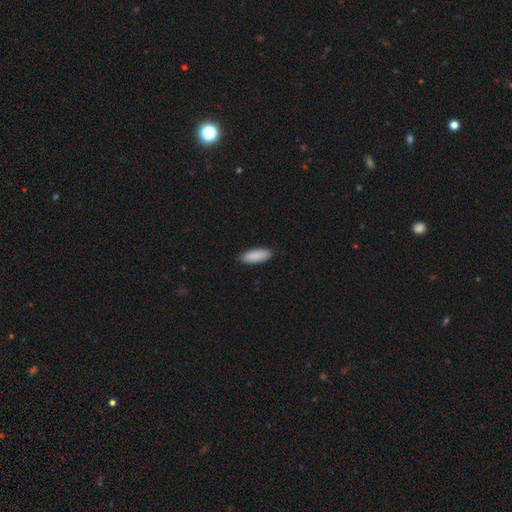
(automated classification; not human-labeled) smooth 90%, star or artifact 6%, featured or disk 4%. Down the decision tree: how rounded — in between (73%); merging — none (88%).